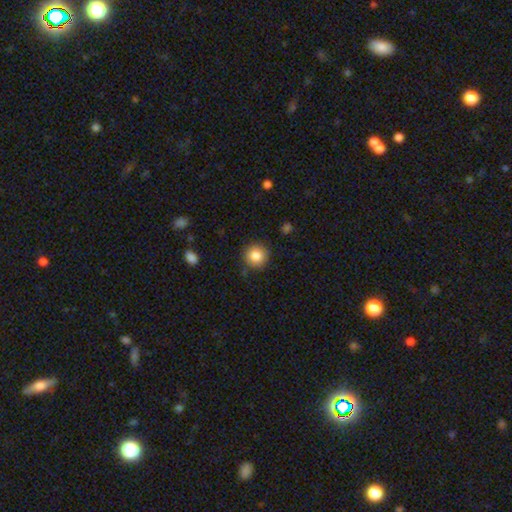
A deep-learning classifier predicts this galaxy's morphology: Smooth or featured?
  - smooth: 84% *
  - star or artifact: 9%
  - featured or disk: 6%
How rounded?
  - round: 94% *
  - in between: 6%
  - cigar-shaped: 1%
Merging?
  - none: 87% *
  - minor disturbance: 10%
  - major disturbance: 2%
  - merger: 1%